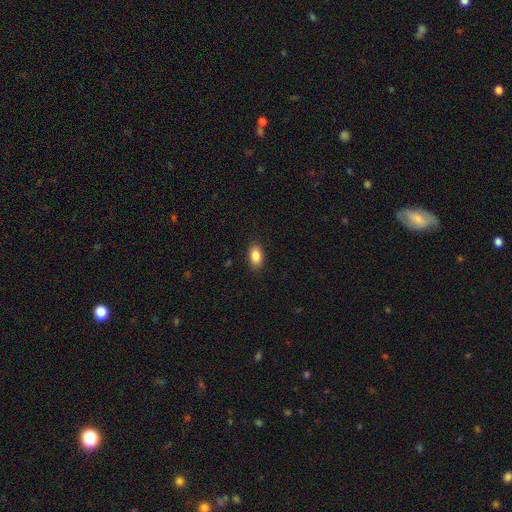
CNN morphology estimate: Smooth or featured? Predicted: smooth (p=0.87). How rounded? Predicted: in between (p=0.91). Merging? Predicted: none (p=0.89).